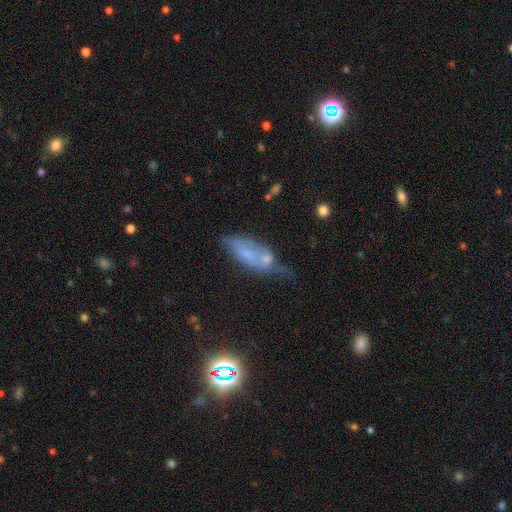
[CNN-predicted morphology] smooth_or_featured: smooth (p=0.41) [alt: featured or disk p=0.40]
merging: none (p=0.34) [alt: minor disturbance p=0.27]